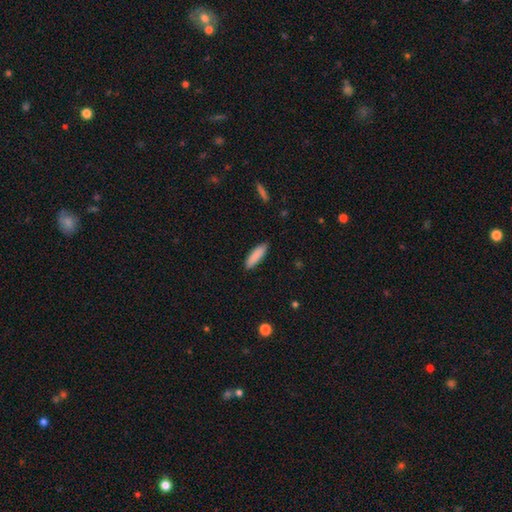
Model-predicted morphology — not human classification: This is clearly a smooth galaxy (88%). How rounded: likely cigar-shaped (62%). Merging: clearly none (88%).